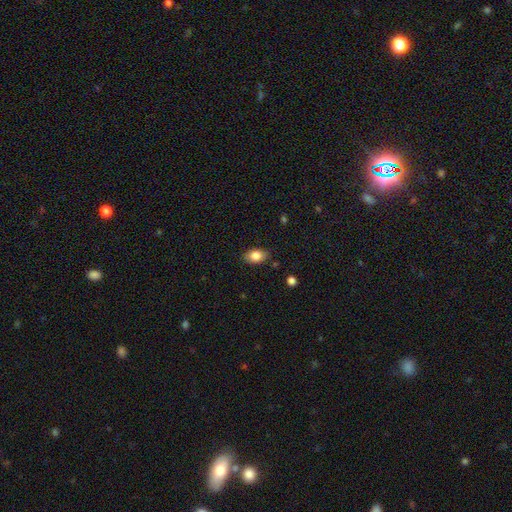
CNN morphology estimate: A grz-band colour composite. It shows a smooth galaxy with no disk features (84%) that is in between round and cigar-shaped (85%). Merging: none (84%).